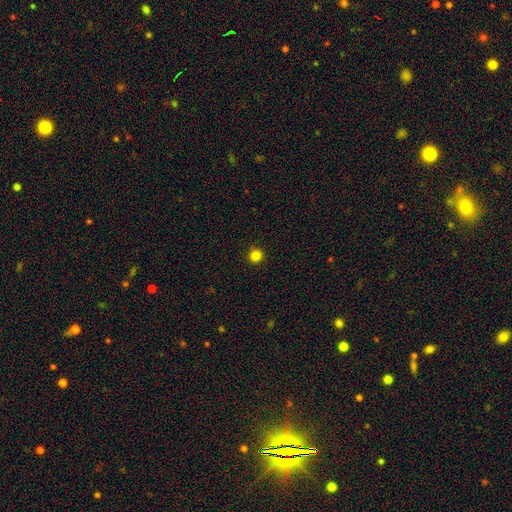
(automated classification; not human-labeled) This appears to be a smooth galaxy with no disk features (84%) that is round (95%). Merging: none (92%).